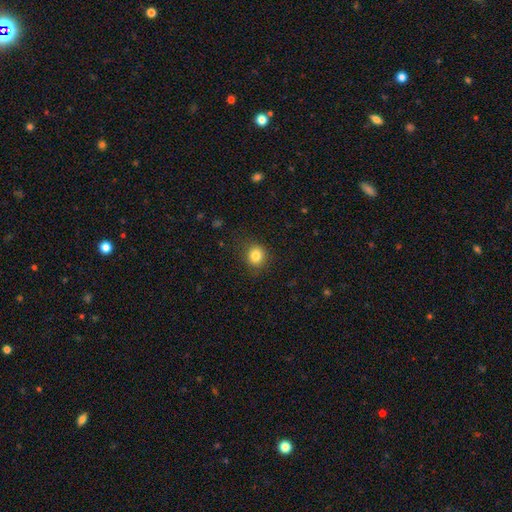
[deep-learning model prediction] Q: Smooth or featured?
A: smooth (83%); runner-up: star or artifact (11%)
Q: How rounded?
A: round (85%); runner-up: in between (14%)
Q: Merging?
A: none (84%); runner-up: minor disturbance (12%)